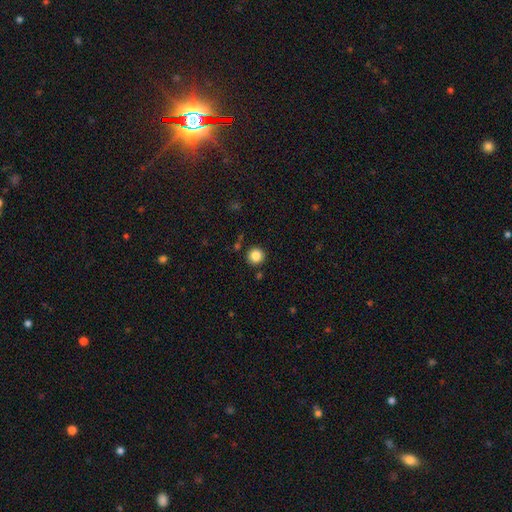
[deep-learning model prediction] smooth-or-featured: smooth: 86% | star or artifact: 11% | featured or disk: 4%
  how-rounded: round: 95% | in between: 4% | cigar-shaped: 1%
  merging: none: 89% | minor disturbance: 6% | merger: 3% | major disturbance: 2%